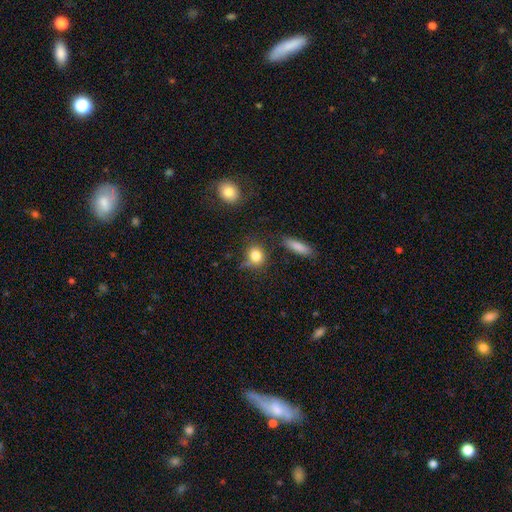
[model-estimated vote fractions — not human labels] smooth_or_featured: smooth (p=0.82) [alt: star or artifact p=0.10]
how_rounded: round (p=0.68) [alt: in between p=0.29]
merging: none (p=0.67) [alt: minor disturbance p=0.19]